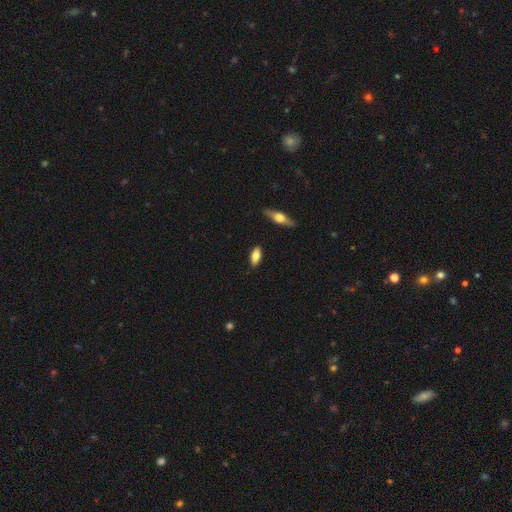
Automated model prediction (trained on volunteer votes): A smooth galaxy with no disk features (77%) that is in between round and cigar-shaped (81%).

Vote fractions:
- Smooth or featured? smooth: 77% / featured or disk: 17% / star or artifact: 7%
- How rounded? in between: 81% / cigar-shaped: 16% / round: 3%
- Merging? none: 86% / minor disturbance: 11% / major disturbance: 2% / merger: 2%